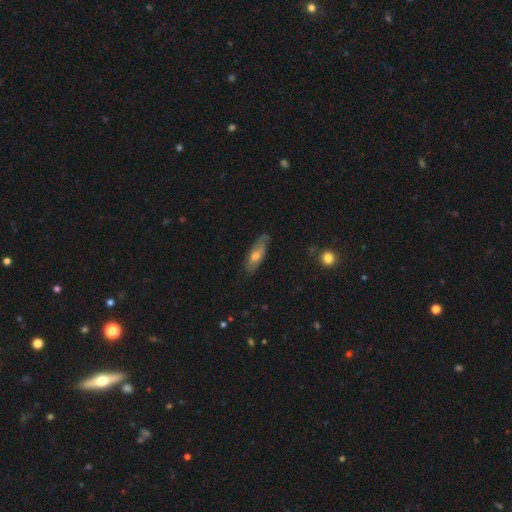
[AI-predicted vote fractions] Smooth or featured?
  - smooth: 56% *
  - featured or disk: 38%
  - star or artifact: 6%
How rounded?
  - in between: 62% *
  - cigar-shaped: 36%
  - round: 3%
Merging?
  - none: 66% *
  - minor disturbance: 26%
  - major disturbance: 6%
  - merger: 2%